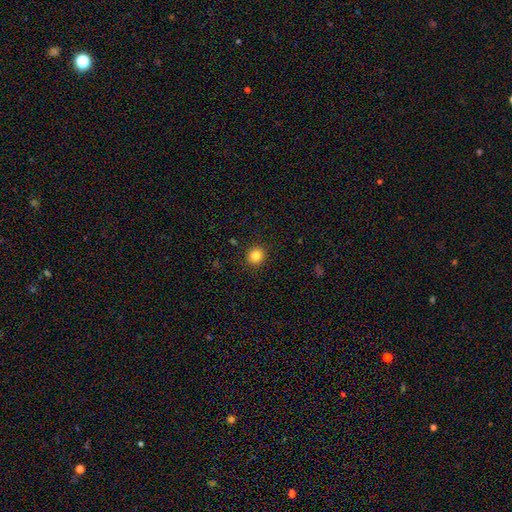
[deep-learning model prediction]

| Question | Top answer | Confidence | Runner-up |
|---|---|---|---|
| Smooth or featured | smooth | 84% | star or artifact (11%) |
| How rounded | round | 89% | in between (10%) |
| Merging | none | 92% | minor disturbance (5%) |